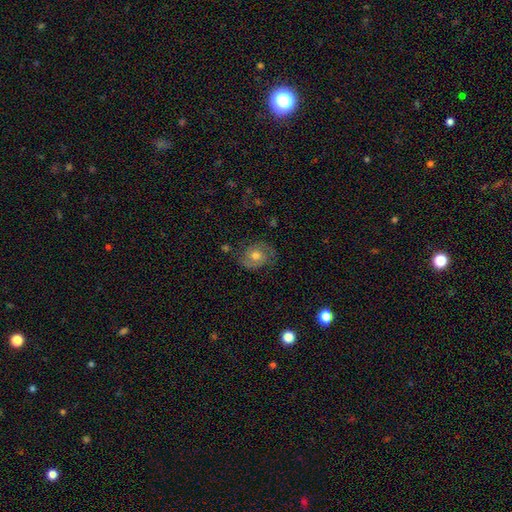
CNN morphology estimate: Smooth or featured: featured or disk — 64% (smooth — 27%)
Edge-on disk: no — 97% (yes — 3%)
Bar: no — 75% (weak — 21%)
Spiral arms: yes — 87% (no — 13%)
Spiral winding: medium — 44% (tight — 41%)
Spiral arm count: 2 — 83% (can't tell — 9%)
Bulge size: moderate — 73% (small — 17%)
Merging: none — 74% (minor disturbance — 17%)